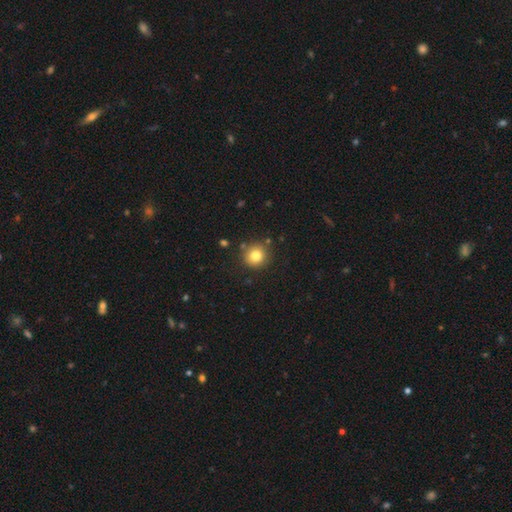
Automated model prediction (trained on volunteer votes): Smooth or featured? Predicted: smooth (p=0.80). How rounded? Predicted: round (p=0.92). Merging? Predicted: none (p=0.85).